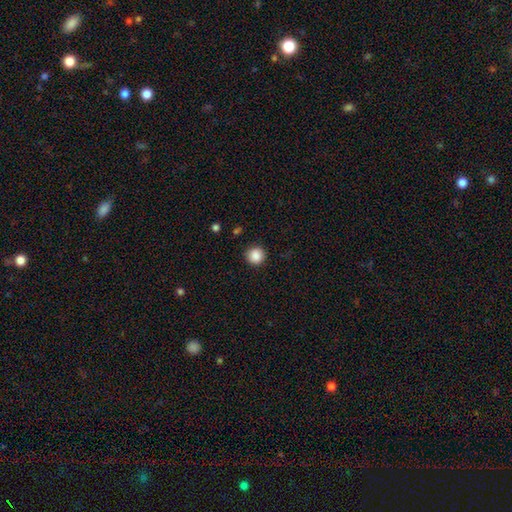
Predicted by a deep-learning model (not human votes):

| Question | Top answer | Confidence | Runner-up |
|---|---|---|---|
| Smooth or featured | smooth | 88% | star or artifact (9%) |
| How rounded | round | 94% | in between (5%) |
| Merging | none | 91% | minor disturbance (6%) |